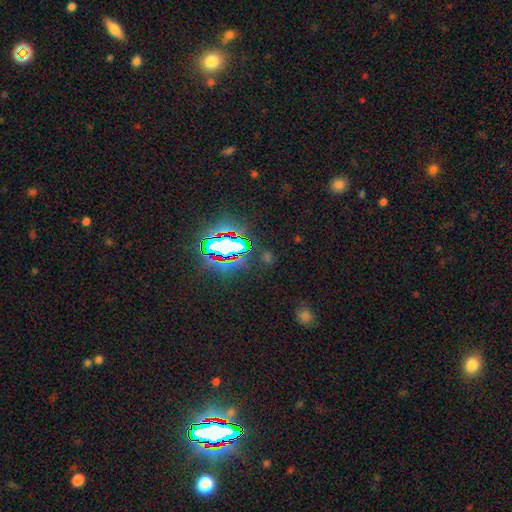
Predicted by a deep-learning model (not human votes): A star or artifact, not a galaxy (82%).

Vote fractions:
- Smooth or featured? star or artifact: 82% / smooth: 11% / featured or disk: 7%